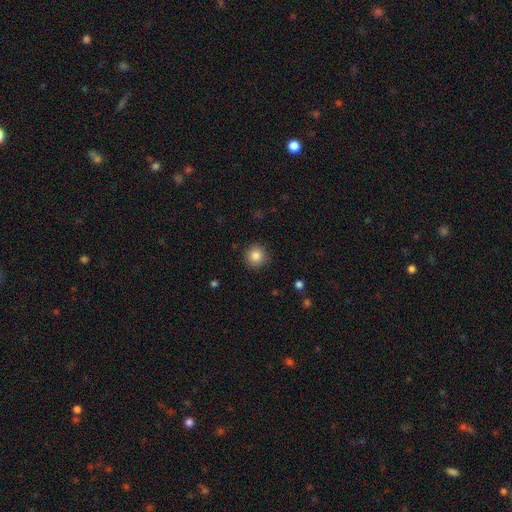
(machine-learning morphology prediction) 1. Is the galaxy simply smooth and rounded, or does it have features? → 84% smooth, 10% star or artifact, 5% featured or disk.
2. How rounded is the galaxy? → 95% round, 4% in between, 1% cigar-shaped.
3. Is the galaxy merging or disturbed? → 91% none, 6% minor disturbance, 2% major disturbance, 1% merger.